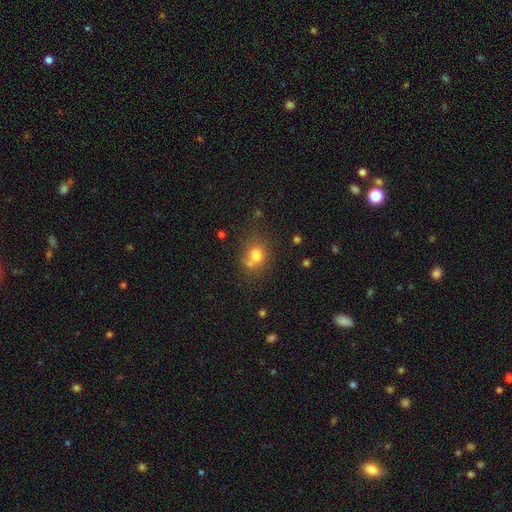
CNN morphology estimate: smooth 74%, featured or disk 13%, star or artifact 13%. Down the decision tree: how rounded — round (60%); merging — none (45%).